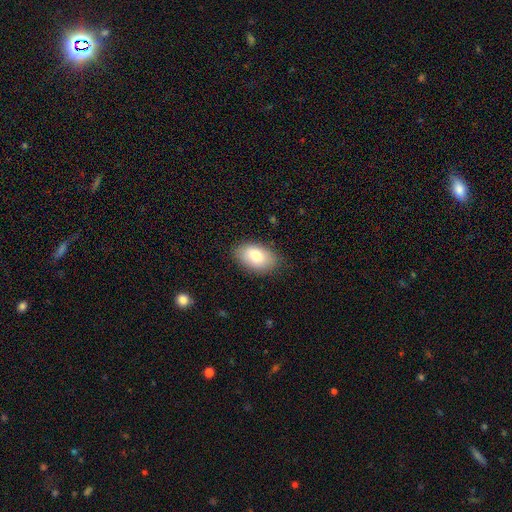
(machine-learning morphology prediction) The model was most divided on "smooth or featured": smooth: 80%, featured or disk: 13%, star or artifact: 7%. More confident: how rounded — in between (92%); merging — none (83%).